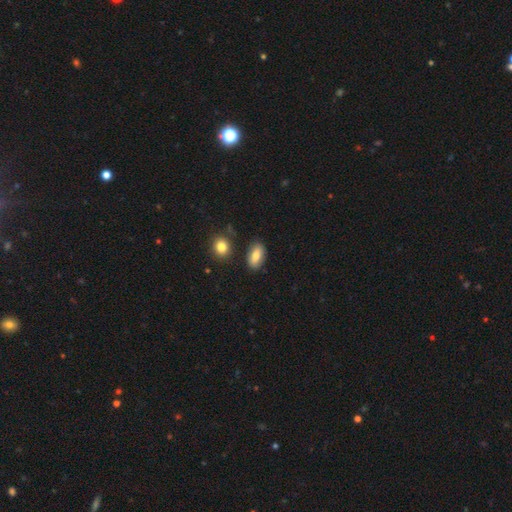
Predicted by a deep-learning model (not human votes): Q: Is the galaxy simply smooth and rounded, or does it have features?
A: smooth — 79%.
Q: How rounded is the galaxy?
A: in between — 89%.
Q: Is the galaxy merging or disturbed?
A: none — 84%.